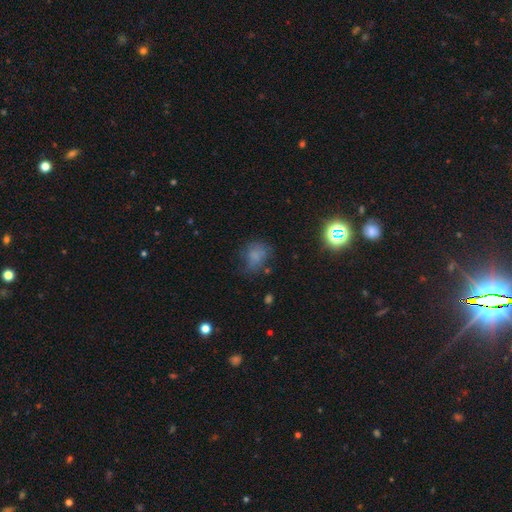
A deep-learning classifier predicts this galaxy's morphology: smooth 65%, star or artifact 18%, featured or disk 18%. Down the decision tree: how rounded — round (54%); merging — none (53%).